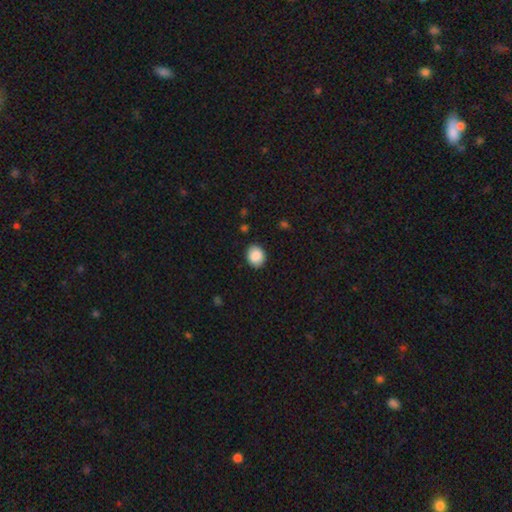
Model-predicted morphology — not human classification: This is clearly a smooth galaxy (88%). How rounded: possibly round (56%). Merging: clearly none (87%).